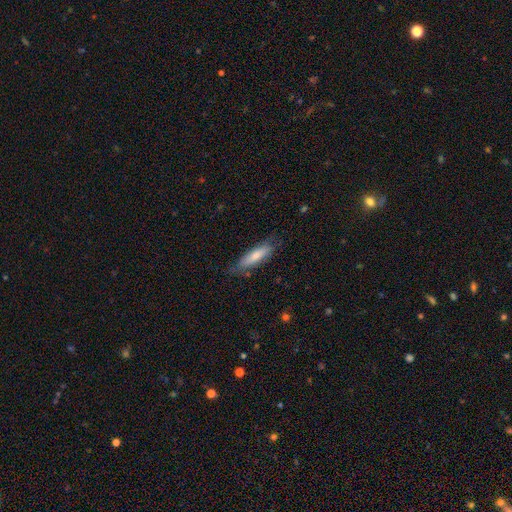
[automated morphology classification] A smooth galaxy with no disk features (72%) that is cigar-shaped (65%). Merging: none (75%).